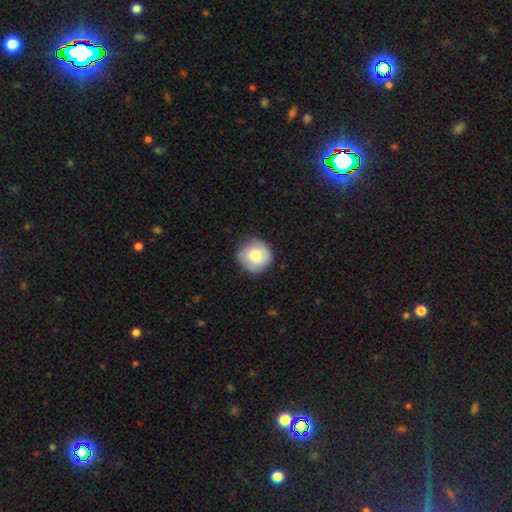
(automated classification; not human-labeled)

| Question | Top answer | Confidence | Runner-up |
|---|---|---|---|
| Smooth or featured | smooth | 78% | featured or disk (16%) |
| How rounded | round | 92% | in between (7%) |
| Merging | none | 81% | minor disturbance (15%) |